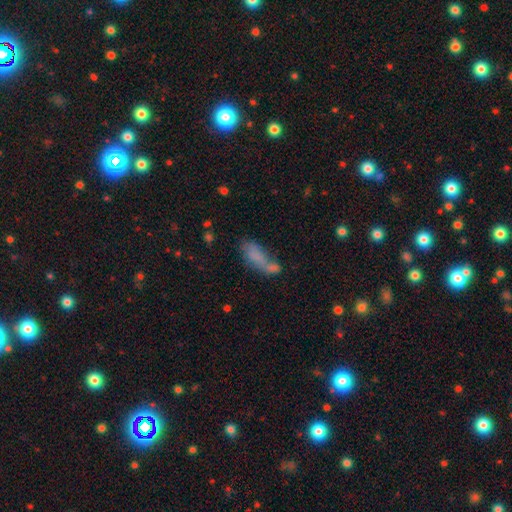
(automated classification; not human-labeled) Smooth or featured: smooth — 69% (featured or disk — 21%)
How rounded: in between — 74% (cigar-shaped — 22%)
Merging: merger — 38% (none — 27%)